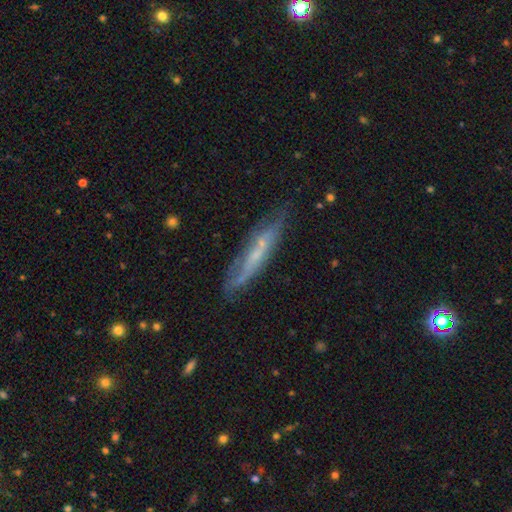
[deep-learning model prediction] Smooth or featured? featured or disk (60%)
Edge-on disk? yes (68%)
Merging? none (69%)